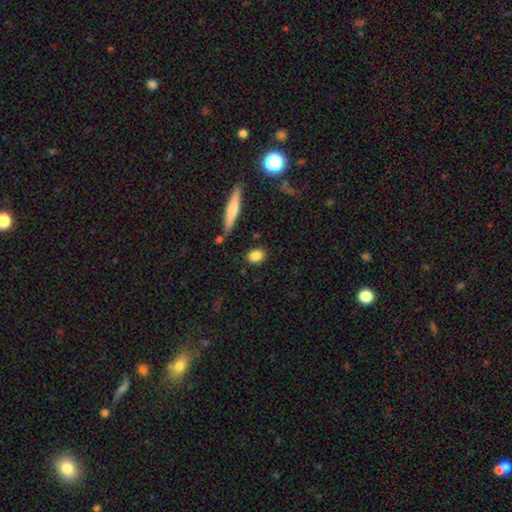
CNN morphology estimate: Smooth or featured: smooth — 85% (star or artifact — 8%)
How rounded: in between — 61% (round — 34%)
Merging: none — 84% (minor disturbance — 10%)